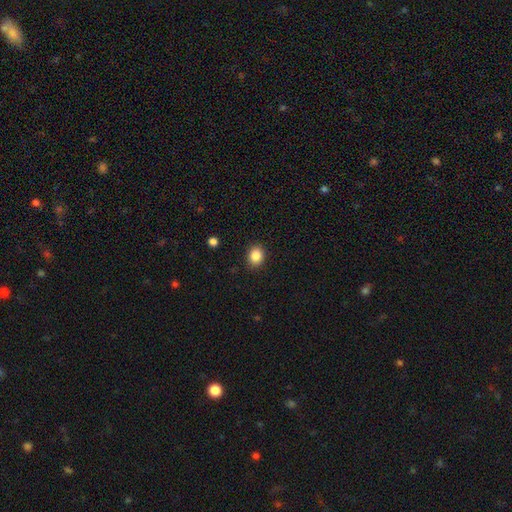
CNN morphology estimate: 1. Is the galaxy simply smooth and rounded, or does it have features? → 86% smooth, 10% star or artifact, 5% featured or disk.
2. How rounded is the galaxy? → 55% round, 45% in between, 1% cigar-shaped.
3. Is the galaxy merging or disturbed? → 89% none, 8% minor disturbance, 2% major disturbance, 1% merger.